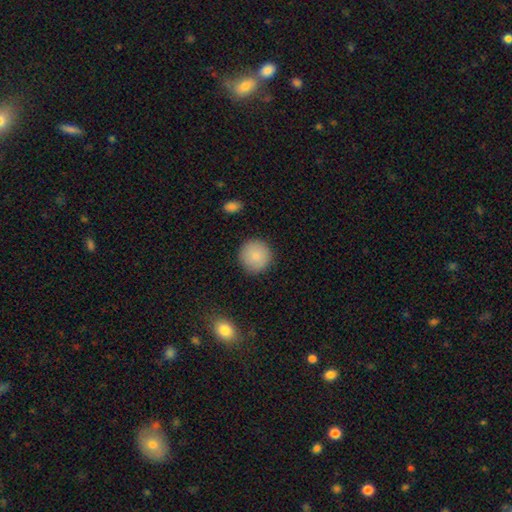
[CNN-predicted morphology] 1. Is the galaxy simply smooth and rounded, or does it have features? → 87% smooth, 7% star or artifact, 6% featured or disk.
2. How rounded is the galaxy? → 94% round, 5% in between, 1% cigar-shaped.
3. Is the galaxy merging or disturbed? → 89% none, 7% minor disturbance, 2% major disturbance, 1% merger.